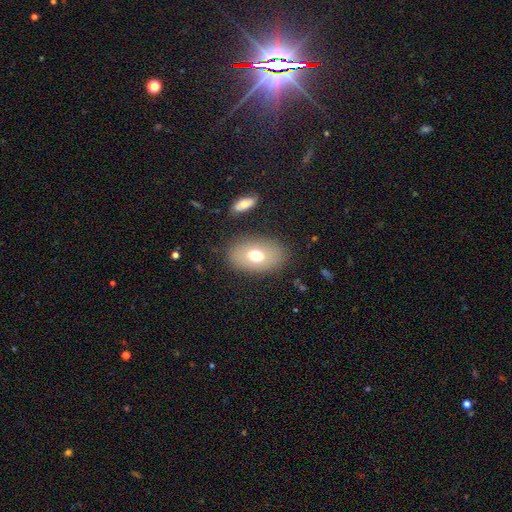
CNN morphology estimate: A smooth galaxy with no disk features (68%) that is in between round and cigar-shaped (87%).

Vote fractions:
- Smooth or featured? smooth: 68% / featured or disk: 23% / star or artifact: 9%
- How rounded? in between: 87% / round: 12% / cigar-shaped: 1%
- Merging? none: 83% / minor disturbance: 11% / major disturbance: 4% / merger: 2%